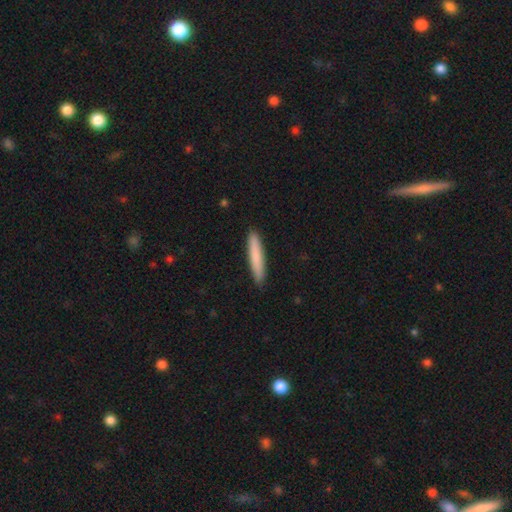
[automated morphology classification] Q: Smooth or featured?
A: smooth (82%); runner-up: featured or disk (13%)
Q: How rounded?
A: cigar-shaped (93%); runner-up: in between (6%)
Q: Merging?
A: none (91%); runner-up: minor disturbance (7%)